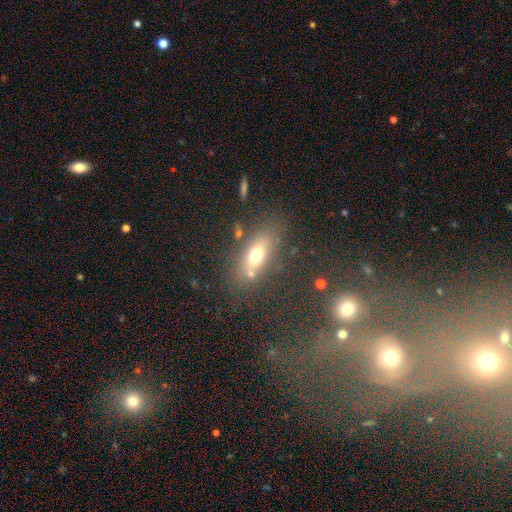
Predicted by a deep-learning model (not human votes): Smooth or featured? smooth (64%)
How rounded? in between (72%)
Merging? none (71%)